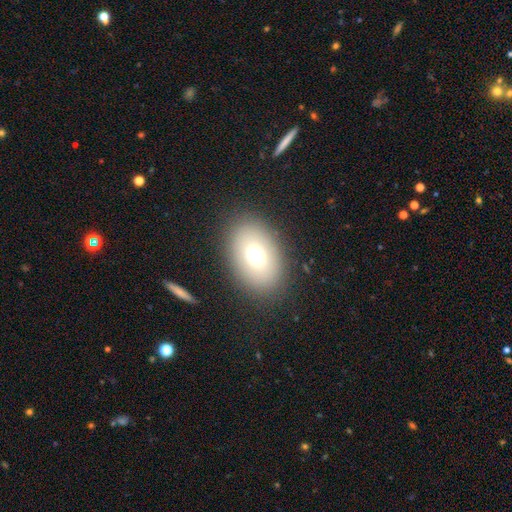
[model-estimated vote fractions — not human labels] Smooth or featured?
  - smooth: 70% *
  - featured or disk: 17%
  - star or artifact: 13%
How rounded?
  - in between: 77% *
  - round: 21%
  - cigar-shaped: 1%
Merging?
  - none: 86% *
  - minor disturbance: 8%
  - major disturbance: 4%
  - merger: 1%